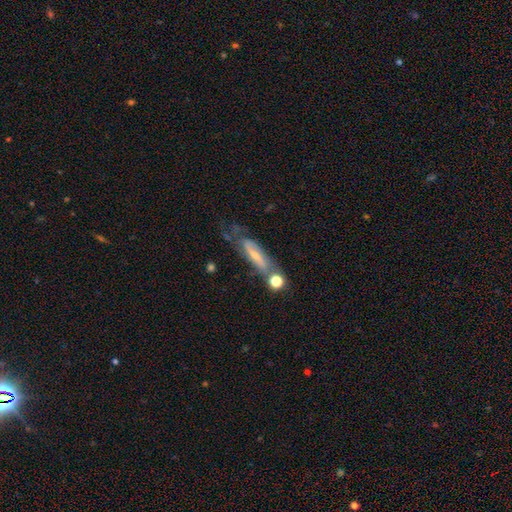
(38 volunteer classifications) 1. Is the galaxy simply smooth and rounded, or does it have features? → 66% featured or disk, 26% smooth, 8% star or artifact.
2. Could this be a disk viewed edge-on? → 84% no, 16% yes.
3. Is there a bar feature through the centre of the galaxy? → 43% weak, 33% strong, 24% no.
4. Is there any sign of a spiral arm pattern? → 81% yes, 19% no.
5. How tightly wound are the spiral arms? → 47% loose, 29% tight, 24% medium.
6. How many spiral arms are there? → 71% 2, 18% 1, 12% can't tell, 0% 3, 0% 4, 0% more than 4.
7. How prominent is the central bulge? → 62% small, 33% moderate, 5% none, 0% dominant, 0% large.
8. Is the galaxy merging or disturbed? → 31% major disturbance, 29% none, 20% minor disturbance, 20% merger.